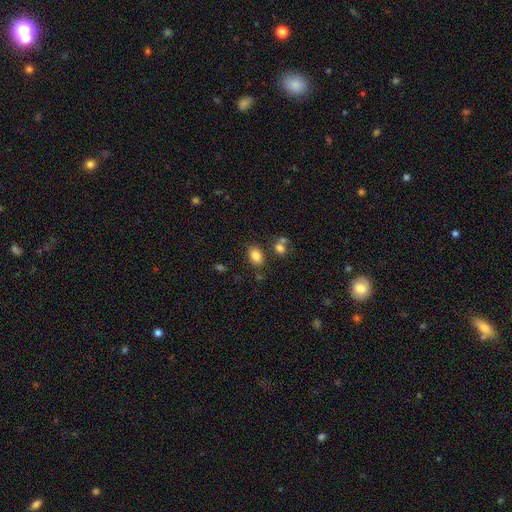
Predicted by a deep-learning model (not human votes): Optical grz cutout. It shows a smooth galaxy with no disk features (83%) that is in between round and cigar-shaped (77%). Merging: none (74%).